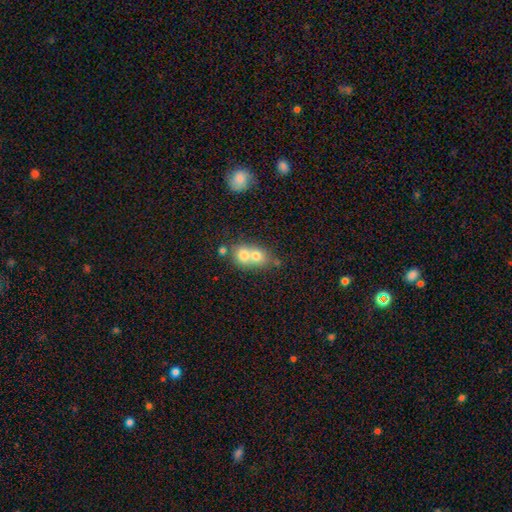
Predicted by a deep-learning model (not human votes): This appears to be a smooth galaxy with no disk features (69%) that is round (63%). Merging: merger (70%).